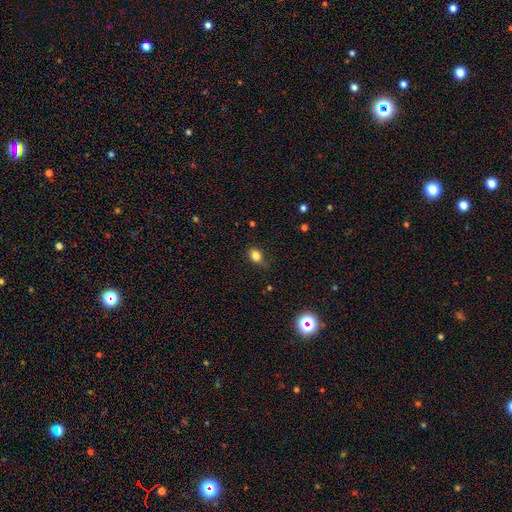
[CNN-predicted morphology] A smooth galaxy with no disk features (81%) that is round (49%, tied with in between).

Vote fractions:
- Smooth or featured? smooth: 81% / star or artifact: 13% / featured or disk: 6%
- How rounded? round: 49% (tied) / in between: 49% (tied) / cigar-shaped: 1%
- Merging? none: 71% / minor disturbance: 22% / major disturbance: 5% / merger: 2%